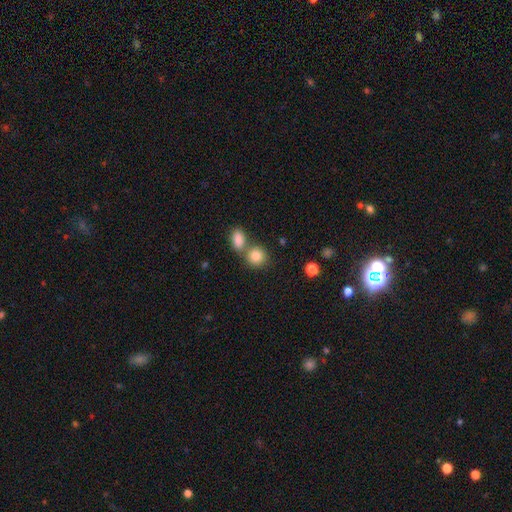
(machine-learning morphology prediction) type=smooth (84%); roundness=round (74%); merging=none (49%).